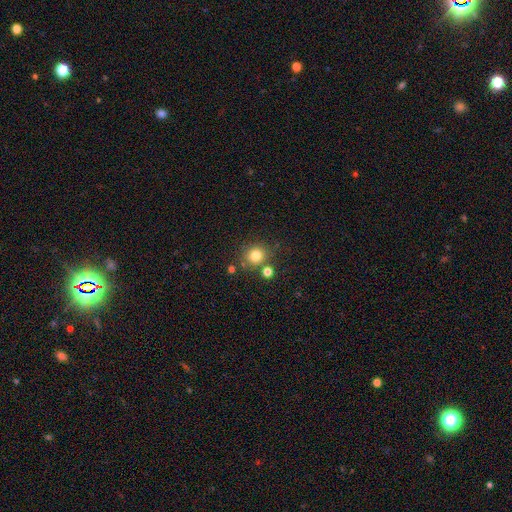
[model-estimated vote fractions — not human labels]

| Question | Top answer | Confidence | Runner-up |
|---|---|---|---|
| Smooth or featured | smooth | 80% | star or artifact (13%) |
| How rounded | round | 88% | in between (11%) |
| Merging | none | 75% | merger (11%) |